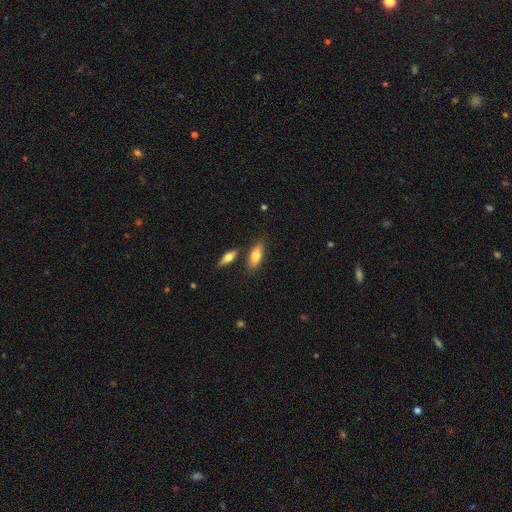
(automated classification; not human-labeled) smooth_or_featured: smooth (p=0.73) [alt: featured or disk p=0.21]
how_rounded: in between (p=0.75) [alt: cigar-shaped p=0.22]
merging: none (p=0.73) [alt: minor disturbance p=0.12]